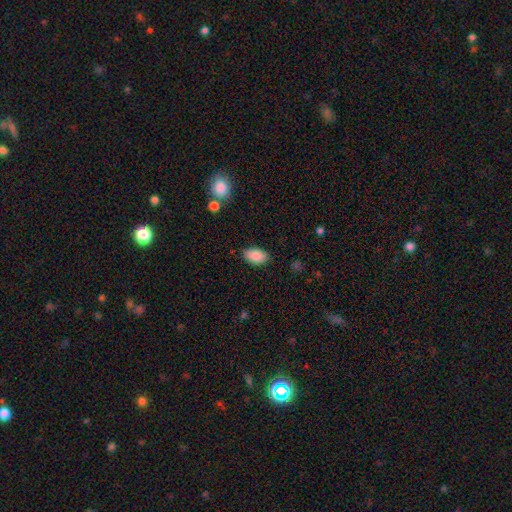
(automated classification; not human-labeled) smooth-or-featured: smooth: 89% | star or artifact: 7% | featured or disk: 4%
  how-rounded: in between: 93% | round: 6% | cigar-shaped: 2%
  merging: none: 85% | minor disturbance: 11% | major disturbance: 3% | merger: 1%